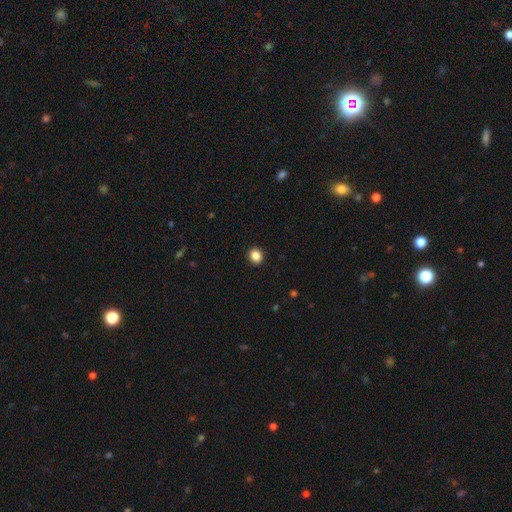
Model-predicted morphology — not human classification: A smooth galaxy with no disk features (86%) that is round (82%). Merging: none (92%).